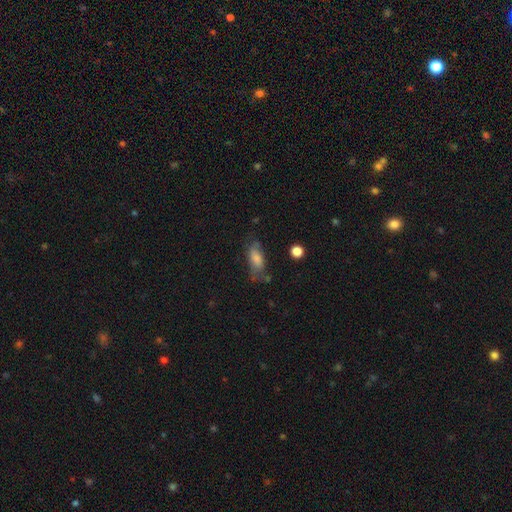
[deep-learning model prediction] smooth-or-featured: smooth: 60% | featured or disk: 27% | star or artifact: 13%
  how-rounded: in between: 75% | cigar-shaped: 20% | round: 5%
  merging: none: 57% | minor disturbance: 26% | major disturbance: 14% | merger: 4%